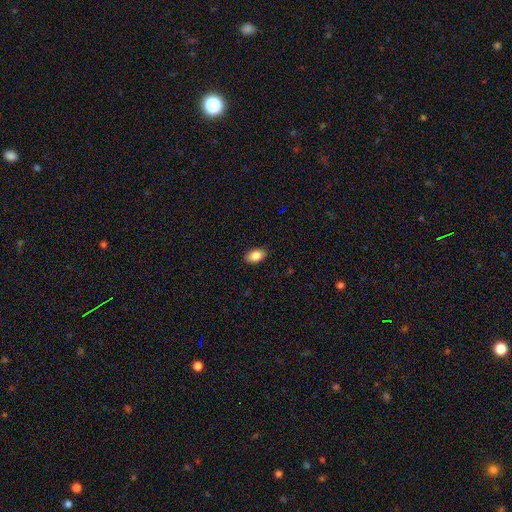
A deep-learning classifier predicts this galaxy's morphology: type=smooth (86%); roundness=in between (88%); merging=none (88%).